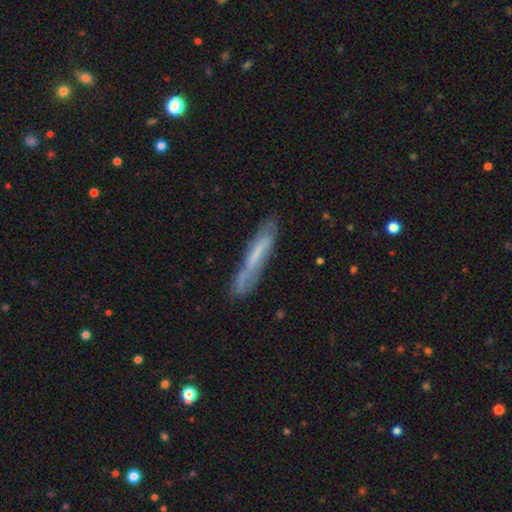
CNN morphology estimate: Smooth or featured: featured or disk — 47% (smooth — 45%)
Merging: none — 73% (minor disturbance — 19%)